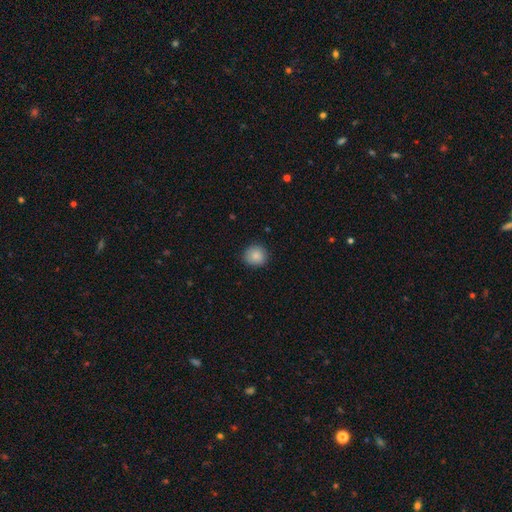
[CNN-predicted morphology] Smooth or featured? Predicted: smooth (p=0.87). How rounded? Predicted: round (p=0.89). Merging? Predicted: none (p=0.88).